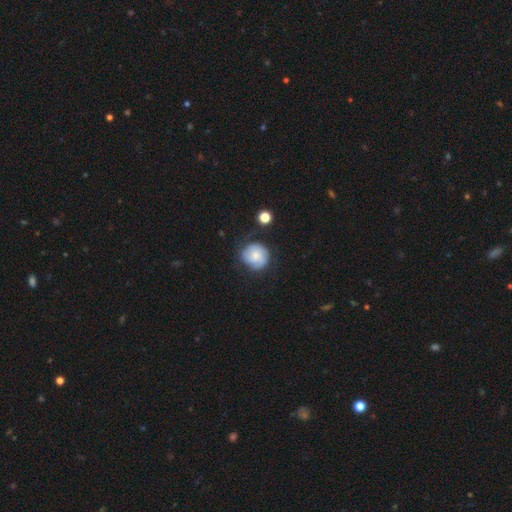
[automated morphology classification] smooth_or_featured: smooth (p=0.50) [alt: featured or disk p=0.42]
merging: none (p=0.66) [alt: minor disturbance p=0.23]